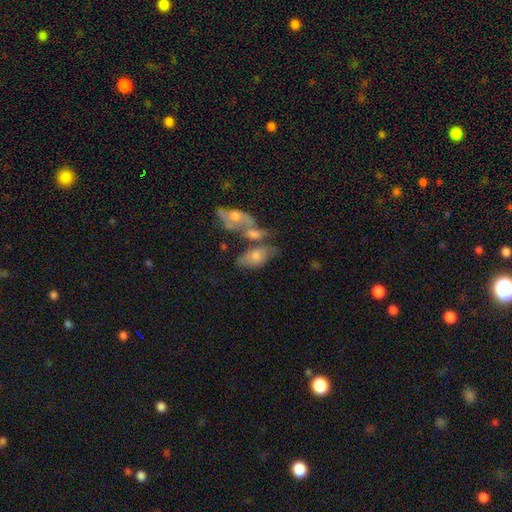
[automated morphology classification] Q: Smooth or featured?
A: smooth (54%); runner-up: featured or disk (37%)
Q: How rounded?
A: in between (88%); runner-up: round (8%)
Q: Merging?
A: merger (48%); runner-up: none (26%)